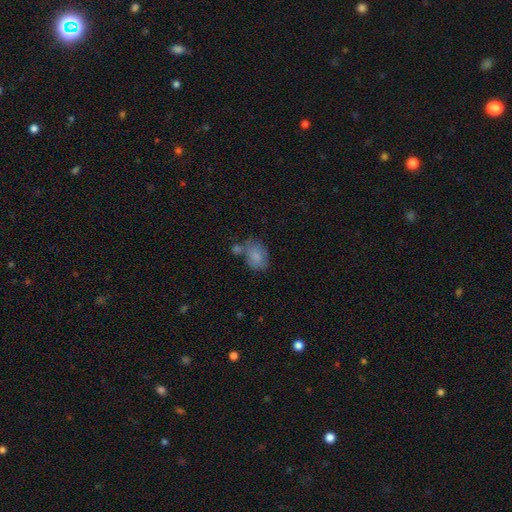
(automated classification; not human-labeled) smooth_or_featured: smooth (p=0.79) [alt: featured or disk p=0.13]
how_rounded: in between (p=0.71) [alt: round p=0.28]
merging: none (p=0.47) [alt: merger p=0.25]